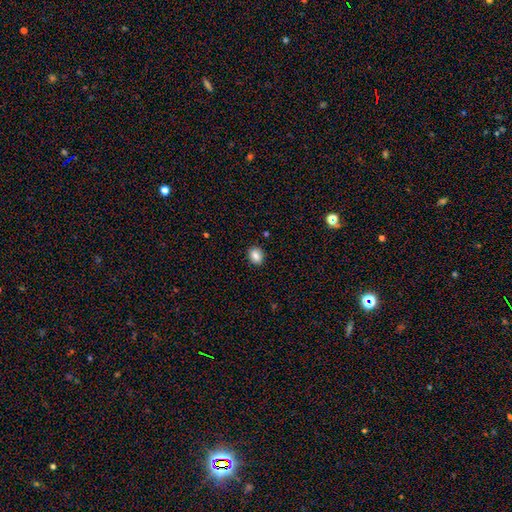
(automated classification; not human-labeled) Q: Smooth or featured?
A: smooth (84%); runner-up: star or artifact (9%)
Q: How rounded?
A: round (56%); runner-up: in between (44%)
Q: Merging?
A: none (89%); runner-up: minor disturbance (8%)